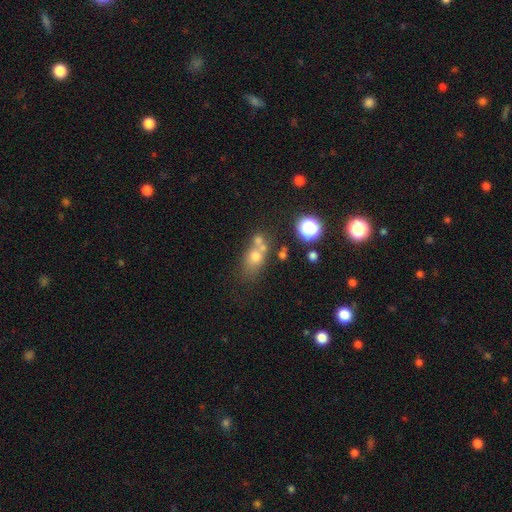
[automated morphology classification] Smooth or featured: smooth — 63% (featured or disk — 19%)
How rounded: round — 49% (in between — 48%)
Merging: merger — 42% (none — 40%)